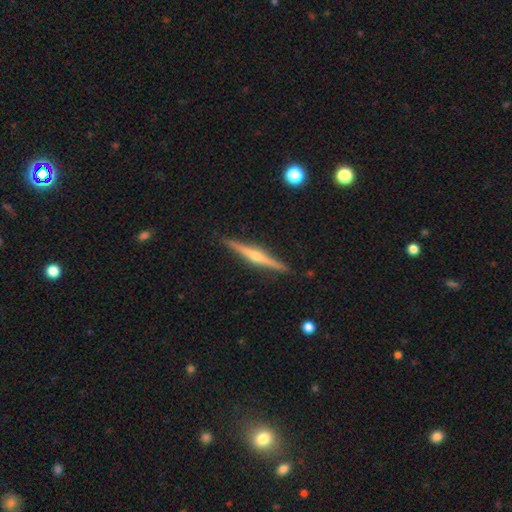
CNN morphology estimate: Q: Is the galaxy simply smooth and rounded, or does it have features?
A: featured or disk — 79%.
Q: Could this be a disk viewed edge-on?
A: yes — 98%.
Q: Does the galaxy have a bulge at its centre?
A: rounded — 86%.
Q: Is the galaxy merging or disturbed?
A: none — 91%.